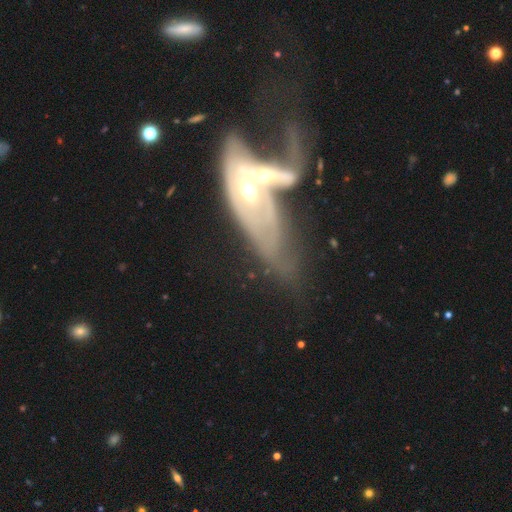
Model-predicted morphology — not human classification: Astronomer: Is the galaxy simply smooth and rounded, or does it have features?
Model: featured or disk — 74%.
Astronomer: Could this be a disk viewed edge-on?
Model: no — 79%.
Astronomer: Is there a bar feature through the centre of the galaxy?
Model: no — 72%.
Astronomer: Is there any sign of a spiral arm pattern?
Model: yes — 51% (runner-up: no, 49%).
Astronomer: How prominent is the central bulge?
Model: moderate — 61%.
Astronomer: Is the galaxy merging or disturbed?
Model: merger — 65%.